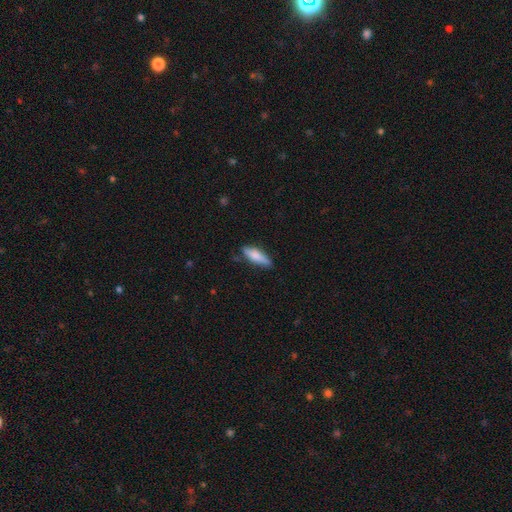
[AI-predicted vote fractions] A smooth galaxy with no disk features (76%) that is cigar-shaped (57%).

Vote fractions:
- Smooth or featured? smooth: 76% / featured or disk: 18% / star or artifact: 6%
- How rounded? cigar-shaped: 57% / in between: 41% / round: 2%
- Merging? none: 77% / minor disturbance: 18% / major disturbance: 3% / merger: 2%